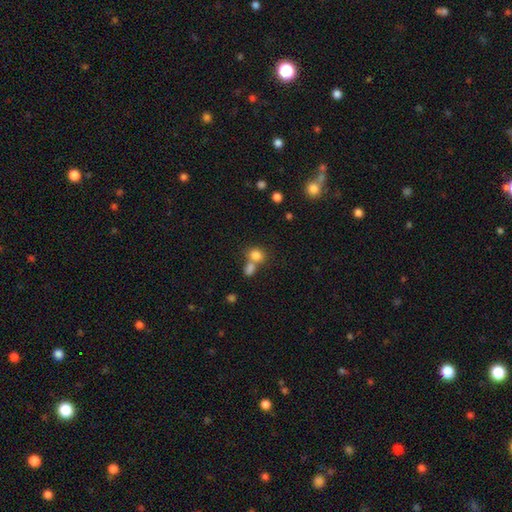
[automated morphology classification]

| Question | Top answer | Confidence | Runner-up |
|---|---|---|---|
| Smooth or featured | smooth | 81% | star or artifact (11%) |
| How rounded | round | 62% | in between (37%) |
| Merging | merger | 46% | none (42%) |